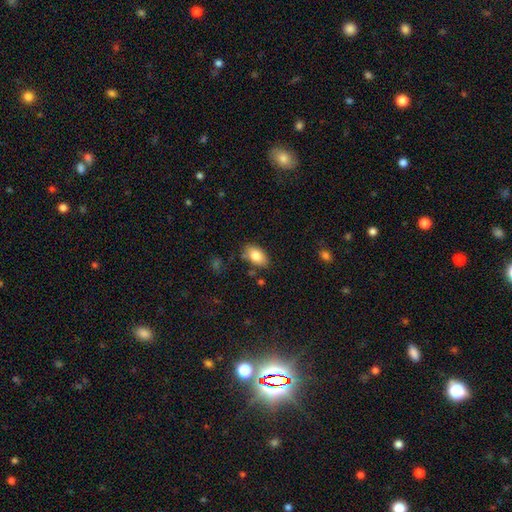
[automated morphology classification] smooth 83%, featured or disk 10%, star or artifact 7%. Down the decision tree: how rounded — in between (92%); merging — none (80%).